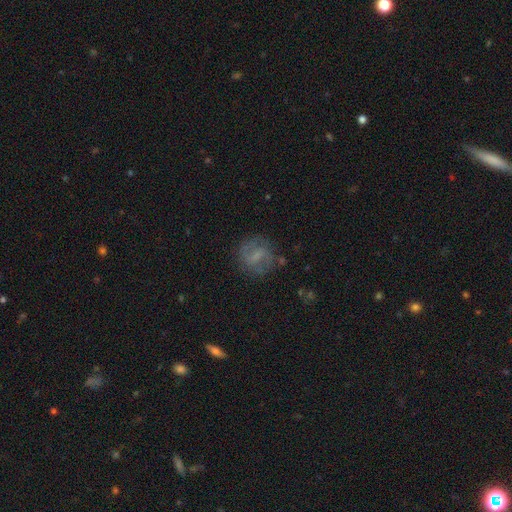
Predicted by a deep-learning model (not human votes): Morphology: type=featured or disk (59%); edge-on=no (97%); bar=weak (49%); spiral arms=yes (81%); bulge=none (48%); merging=none (75%).